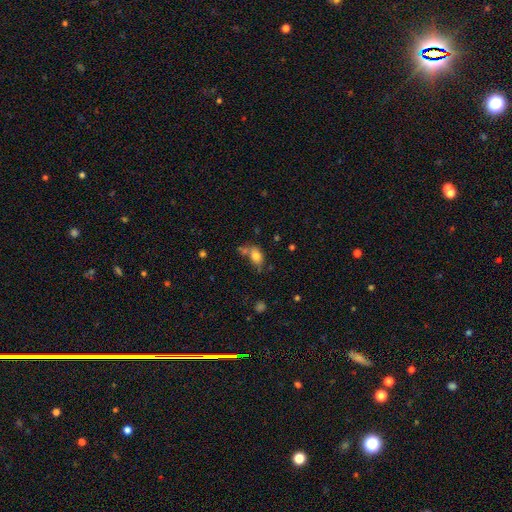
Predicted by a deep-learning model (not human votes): Smooth or featured? Predicted: smooth (p=0.78). How rounded? Predicted: in between (p=0.76). Merging? Predicted: none (p=0.46).